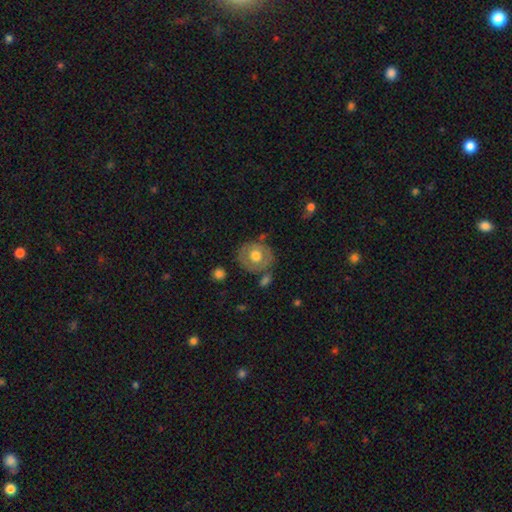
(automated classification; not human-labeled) A smooth galaxy with no disk features (53%) that is round (82%). Merging: none (71%).